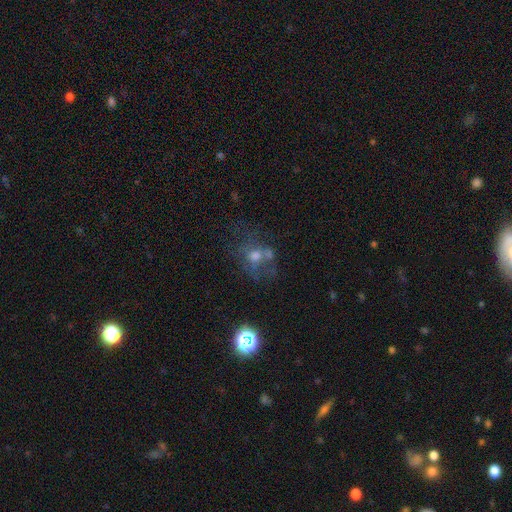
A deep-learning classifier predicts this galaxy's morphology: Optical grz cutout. It shows a featured or disk galaxy (38%). Merging: none (45%).